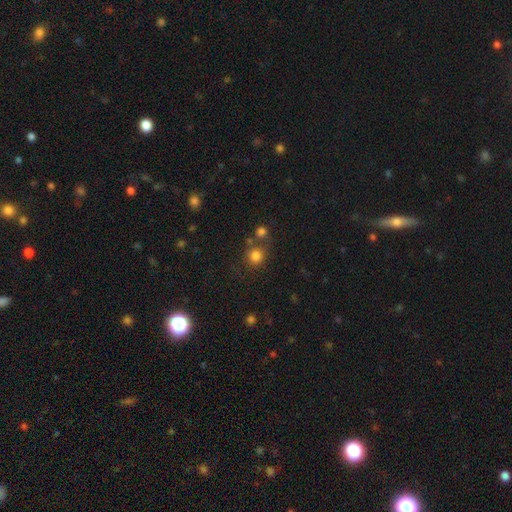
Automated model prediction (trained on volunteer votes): Overall: smooth (80%). How rounded: round (88%). Merging: none (63%).